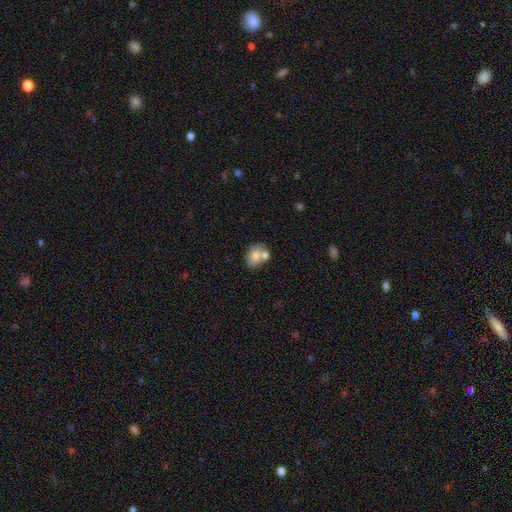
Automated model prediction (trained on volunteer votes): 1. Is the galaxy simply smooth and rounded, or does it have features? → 75% smooth, 16% featured or disk, 9% star or artifact.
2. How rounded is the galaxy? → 59% in between, 39% round, 1% cigar-shaped.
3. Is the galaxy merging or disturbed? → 51% none, 30% merger, 14% minor disturbance, 5% major disturbance.